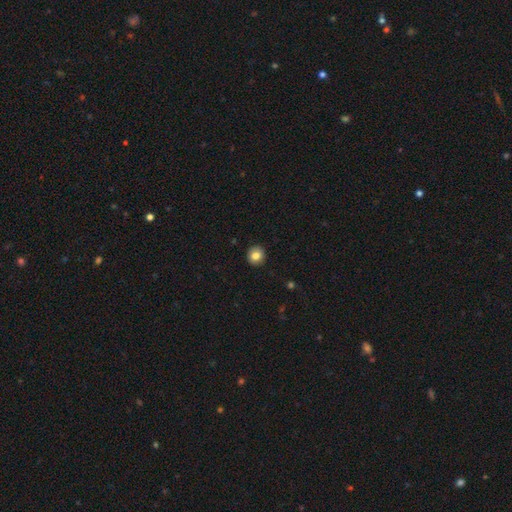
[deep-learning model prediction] smooth-or-featured: smooth: 82% | star or artifact: 9% | featured or disk: 9%
  how-rounded: round: 87% | in between: 12% | cigar-shaped: 1%
  merging: none: 92% | minor disturbance: 6% | major disturbance: 2% | merger: 1%